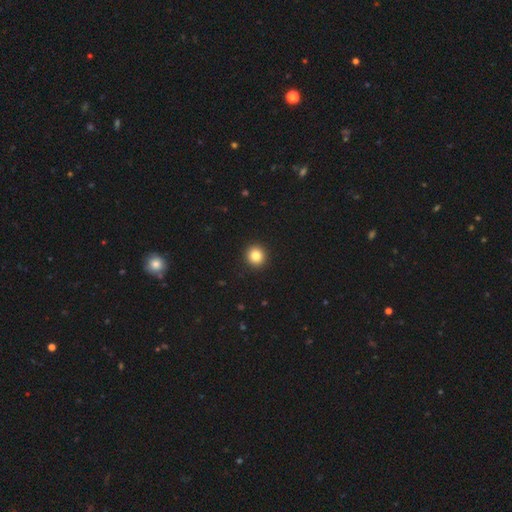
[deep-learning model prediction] Smooth or featured? Predicted: smooth (p=0.84). How rounded? Predicted: round (p=0.92). Merging? Predicted: none (p=0.93).